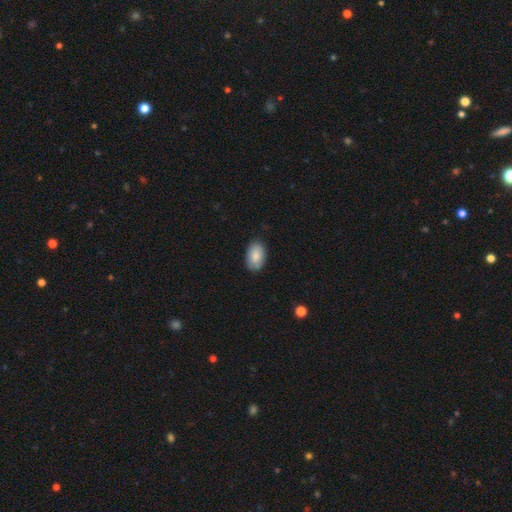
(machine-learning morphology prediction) Overall: smooth (87%). How rounded: in between (93%). Merging: none (87%).